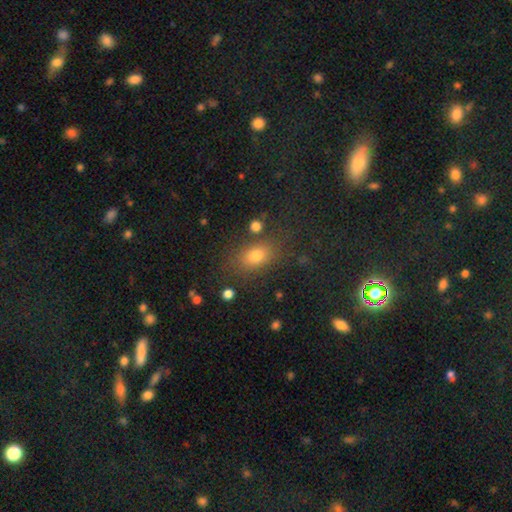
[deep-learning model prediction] A smooth galaxy with no disk features (74%) that is in between round and cigar-shaped (74%). Merging: none (77%).